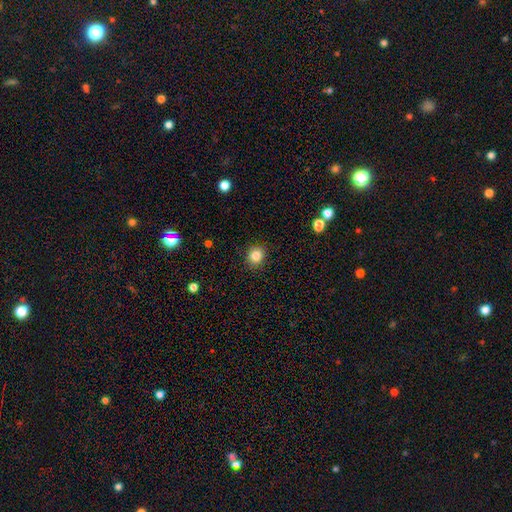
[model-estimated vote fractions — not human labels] smooth-or-featured: smooth: 84% | star or artifact: 11% | featured or disk: 5%
  how-rounded: round: 81% | in between: 19% | cigar-shaped: 1%
  merging: none: 90% | minor disturbance: 7% | major disturbance: 2% | merger: 1%